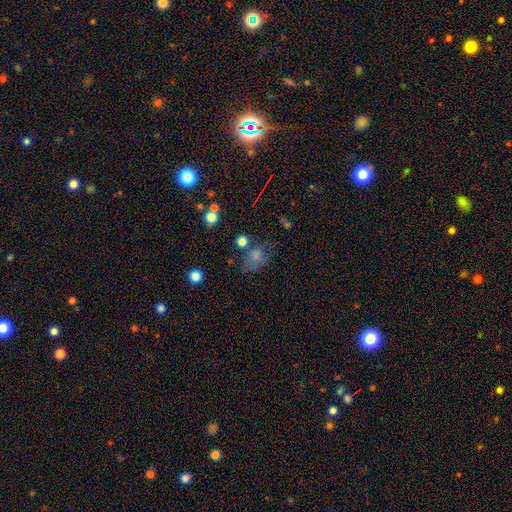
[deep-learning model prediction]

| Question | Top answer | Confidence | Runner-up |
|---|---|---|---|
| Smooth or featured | smooth | 56% | star or artifact (26%) |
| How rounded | in between | 62% | round (36%) |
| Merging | none | 53% | minor disturbance (24%) |